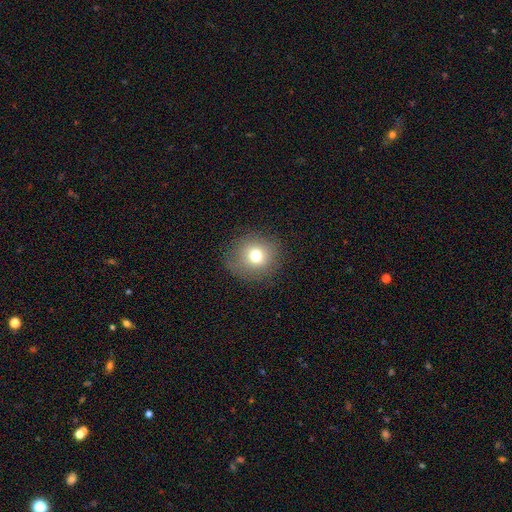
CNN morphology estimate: type=smooth (73%); roundness=round (85%); merging=none (84%).